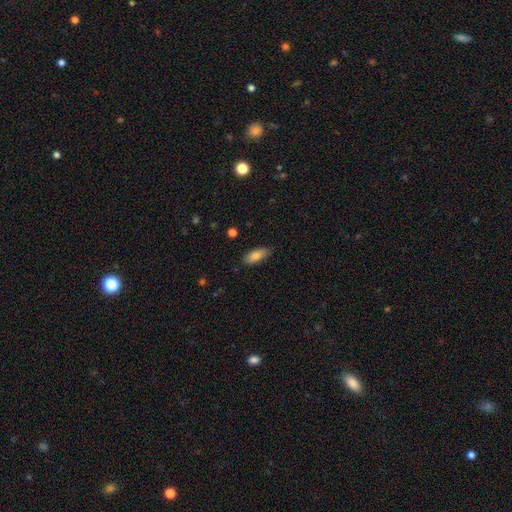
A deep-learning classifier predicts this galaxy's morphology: A smooth galaxy with no disk features (80%) that is in between round and cigar-shaped (81%).

Vote fractions:
- Smooth or featured? smooth: 80% / featured or disk: 13% / star or artifact: 7%
- How rounded? in between: 81% / cigar-shaped: 17% / round: 2%
- Merging? none: 83% / minor disturbance: 14% / major disturbance: 2% / merger: 1%